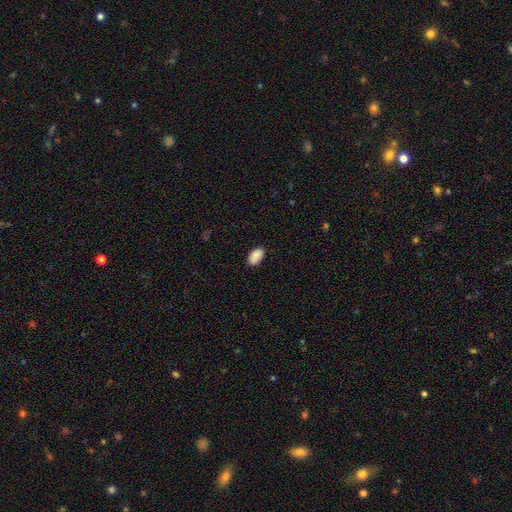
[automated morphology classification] smooth-or-featured: smooth: 89% | star or artifact: 8% | featured or disk: 4%
  how-rounded: in between: 93% | round: 5% | cigar-shaped: 1%
  merging: none: 84% | minor disturbance: 12% | major disturbance: 2% | merger: 1%